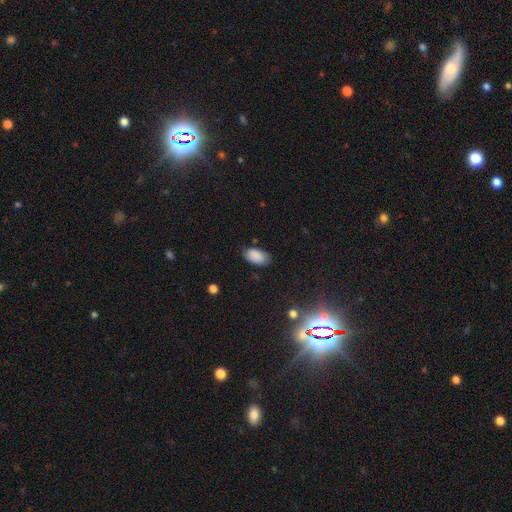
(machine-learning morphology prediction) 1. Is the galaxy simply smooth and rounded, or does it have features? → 87% smooth, 8% star or artifact, 5% featured or disk.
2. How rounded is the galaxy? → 95% in between, 3% round, 2% cigar-shaped.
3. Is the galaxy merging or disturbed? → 79% none, 17% minor disturbance, 3% major disturbance, 1% merger.